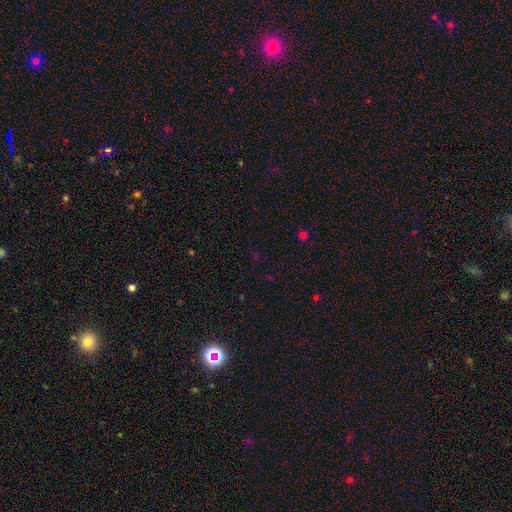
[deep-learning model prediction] A star or artifact, not a galaxy (64%).